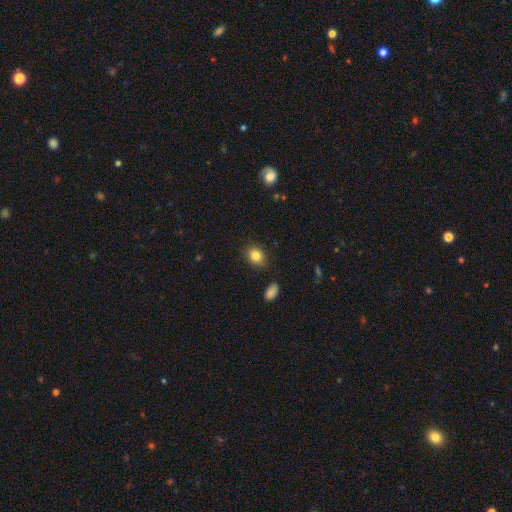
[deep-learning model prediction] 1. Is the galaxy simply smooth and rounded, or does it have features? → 84% smooth, 10% star or artifact, 7% featured or disk.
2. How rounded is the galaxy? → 54% in between, 45% round, 1% cigar-shaped.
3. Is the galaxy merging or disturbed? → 86% none, 10% minor disturbance, 2% major disturbance, 2% merger.